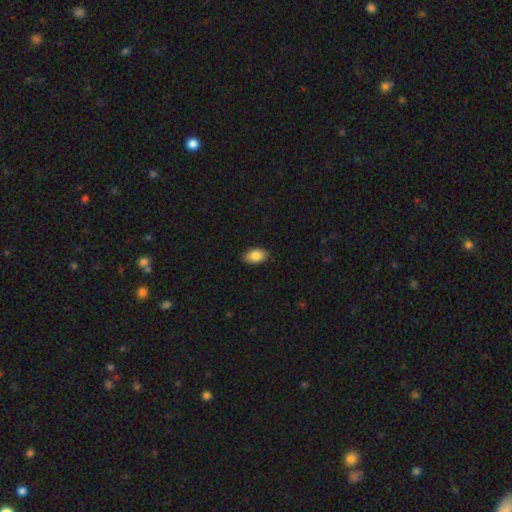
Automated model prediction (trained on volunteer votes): smooth-or-featured: smooth: 85% | featured or disk: 8% | star or artifact: 7%
  how-rounded: in between: 92% | round: 7% | cigar-shaped: 1%
  merging: none: 87% | minor disturbance: 11% | major disturbance: 2% | merger: 1%